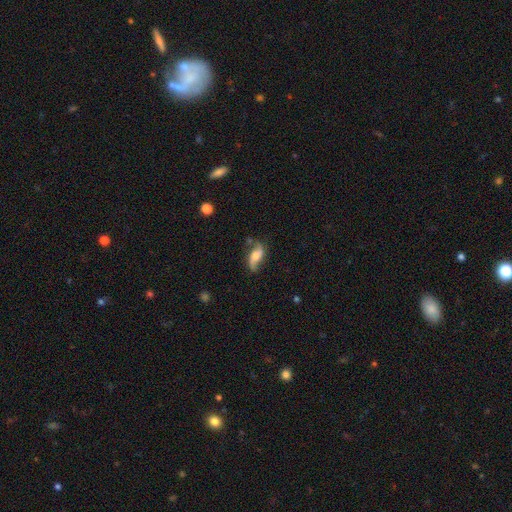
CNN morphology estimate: Overall: featured or disk (70%). Edge-on disk: no (91%). Bar: no (56%; weak 32%). Spiral arms: yes (93%). Spiral arm count: 2 (90%). Spiral winding: loose (78%). Bulge size: moderate (48%; small 25%). Merging: none (64%).